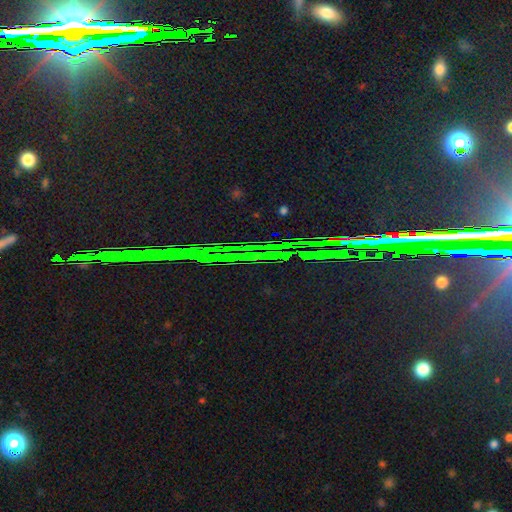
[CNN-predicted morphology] smooth-or-featured: star or artifact: 88% | featured or disk: 6% | smooth: 5%